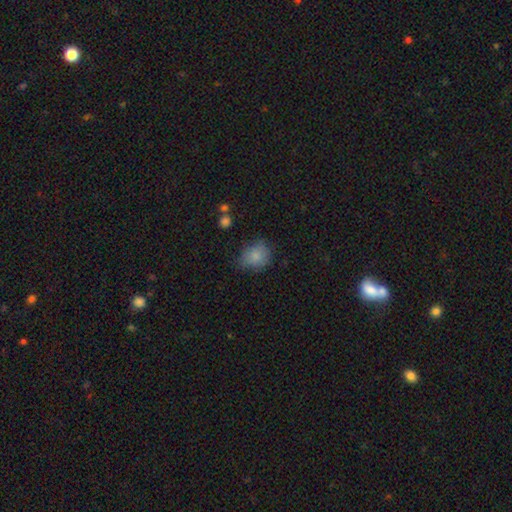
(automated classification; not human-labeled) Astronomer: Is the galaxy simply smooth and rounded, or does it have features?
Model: smooth — 82%.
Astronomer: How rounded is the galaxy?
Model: round — 65%.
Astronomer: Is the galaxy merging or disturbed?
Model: none — 64%.